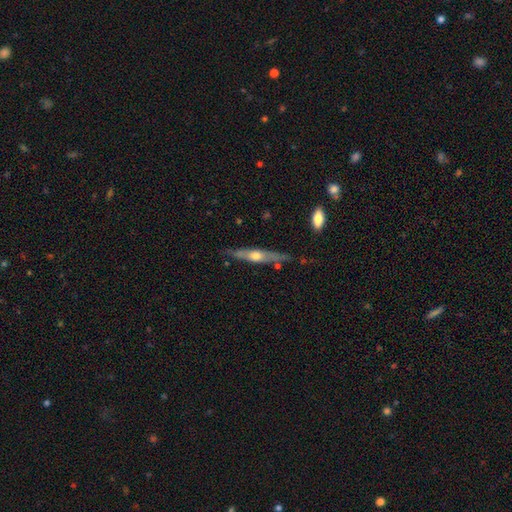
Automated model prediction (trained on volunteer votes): Smooth or featured? Predicted: featured or disk (p=0.72). Edge-on disk? Predicted: yes (p=0.92). Edge-on bulge? Predicted: rounded (p=0.87). Merging? Predicted: none (p=0.77).